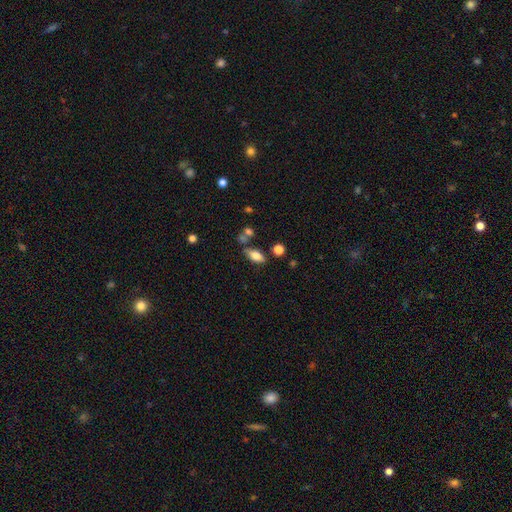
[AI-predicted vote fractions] A smooth galaxy with no disk features (74%) that is in between round and cigar-shaped (85%).

Vote fractions:
- Smooth or featured? smooth: 74% / featured or disk: 17% / star or artifact: 9%
- How rounded? in between: 85% / cigar-shaped: 10% / round: 5%
- Merging? none: 68% / minor disturbance: 16% / merger: 11% / major disturbance: 5%